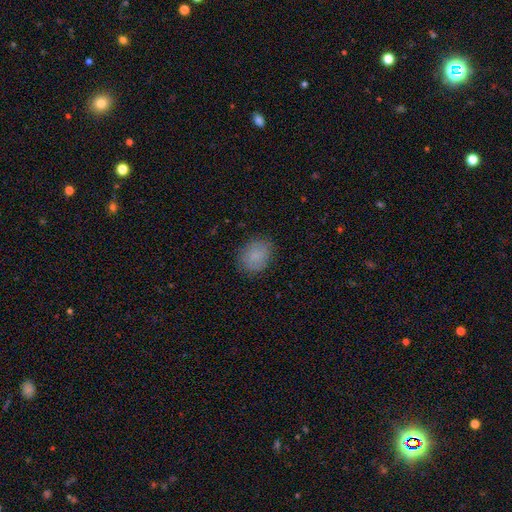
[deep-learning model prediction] This appears to be a smooth galaxy with no disk features (84%) that is round (56%). Merging: none (84%).